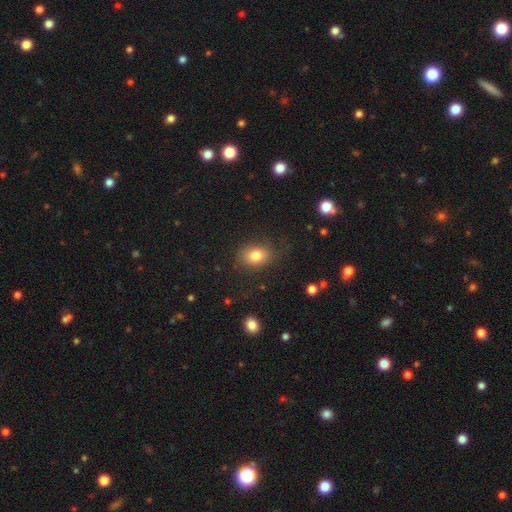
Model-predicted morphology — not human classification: This appears to be a smooth galaxy with no disk features (81%) that is in between round and cigar-shaped (63%). Merging: none (76%).